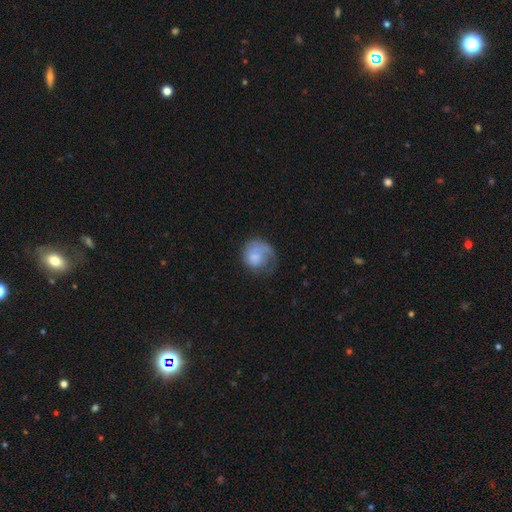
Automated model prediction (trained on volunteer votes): Smooth or featured?
  - smooth: 62% *
  - featured or disk: 31%
  - star or artifact: 7%
How rounded?
  - round: 74% *
  - in between: 25%
  - cigar-shaped: 1%
Merging?
  - none: 40% *
  - major disturbance: 31%
  - minor disturbance: 26%
  - merger: 2%